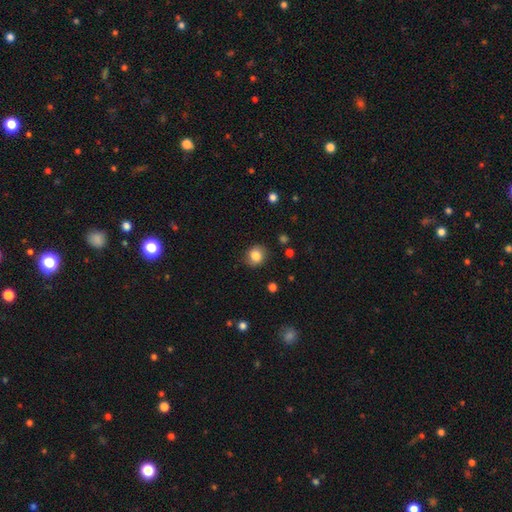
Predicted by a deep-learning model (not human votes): Overall: smooth (83%). How rounded: round (79%). Merging: none (85%).